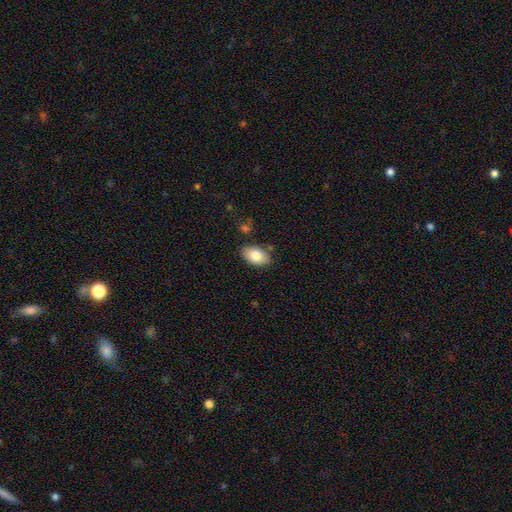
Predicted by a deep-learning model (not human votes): Morphology: type=smooth (83%); roundness=in between (93%); merging=none (83%).